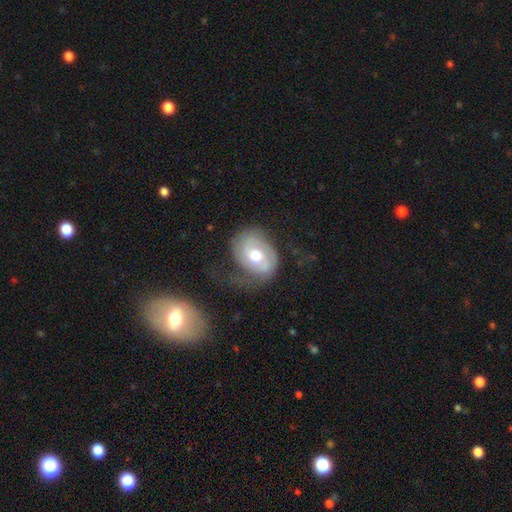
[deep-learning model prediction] Smooth or featured? featured or disk (55%)
Edge-on disk? no (95%)
Bar? no (65%)
Spiral arms? yes (69%)
Bulge size? moderate (75%)
Merging? none (44%)